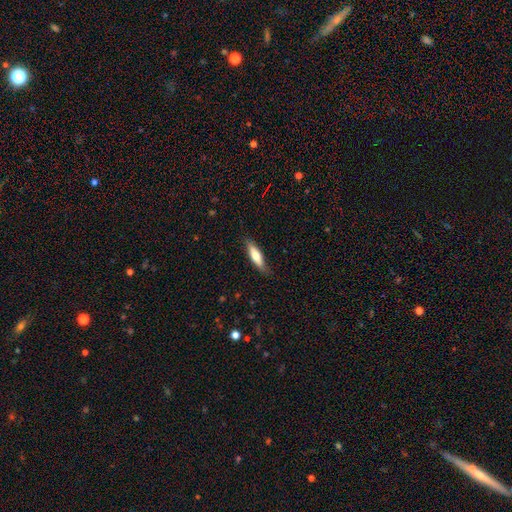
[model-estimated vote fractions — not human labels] This is likely a smooth galaxy (66%). How rounded: likely cigar-shaped (64%). Merging: likely none (80%).